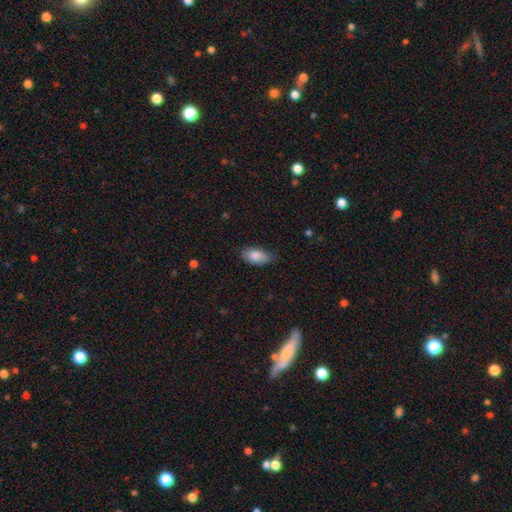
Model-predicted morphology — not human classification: Smooth or featured: smooth — 85% (featured or disk — 9%)
How rounded: in between — 92% (cigar-shaped — 5%)
Merging: none — 75% (minor disturbance — 21%)